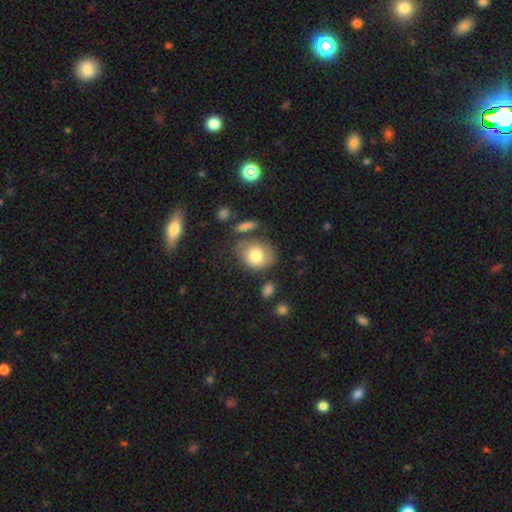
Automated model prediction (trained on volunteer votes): smooth 73%, featured or disk 19%, star or artifact 8%. Down the decision tree: how rounded — round (53%); merging — none (49%).